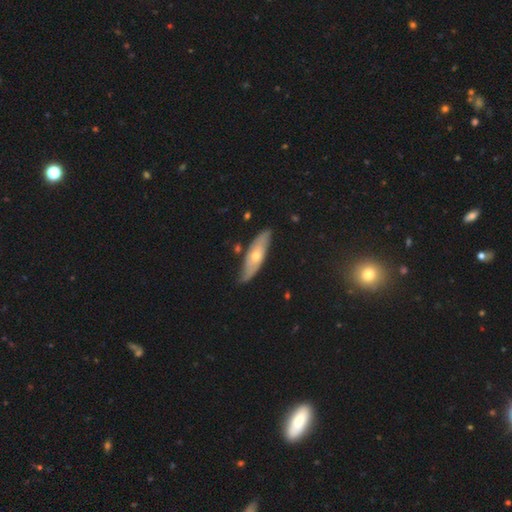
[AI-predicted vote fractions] A featured or disk galaxy (52%).

Vote fractions:
- Smooth or featured? featured or disk: 52% / smooth: 41% / star or artifact: 7%
- Edge-on disk? no: 51% / yes: 49%
- Merging? none: 77% / minor disturbance: 17% / major disturbance: 3% / merger: 3%